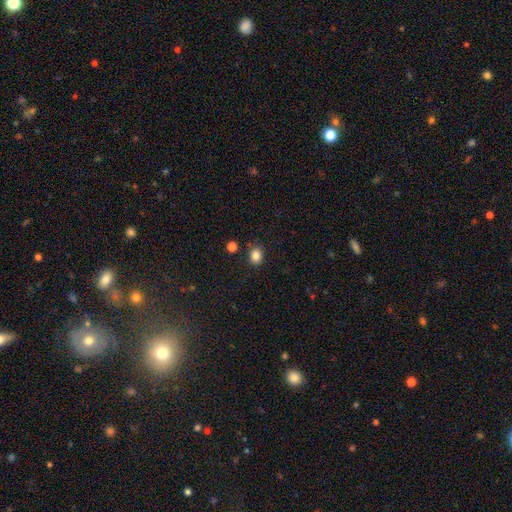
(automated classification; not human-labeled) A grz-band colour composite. It shows a smooth galaxy with no disk features (84%) that is round (64%). Merging: none (82%).